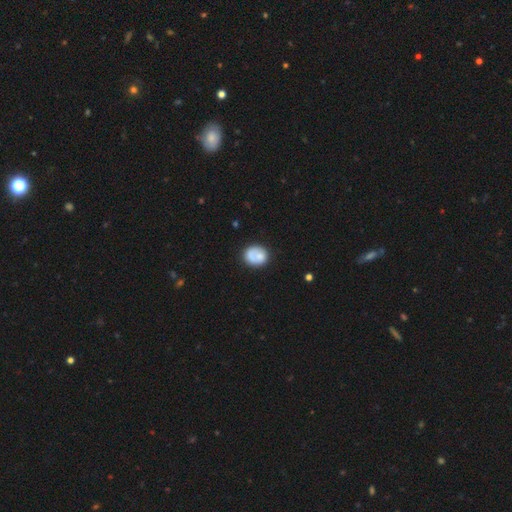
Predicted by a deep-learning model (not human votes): This is likely a smooth galaxy (71%). How rounded: likely round (73%). Merging: likely none (63%).